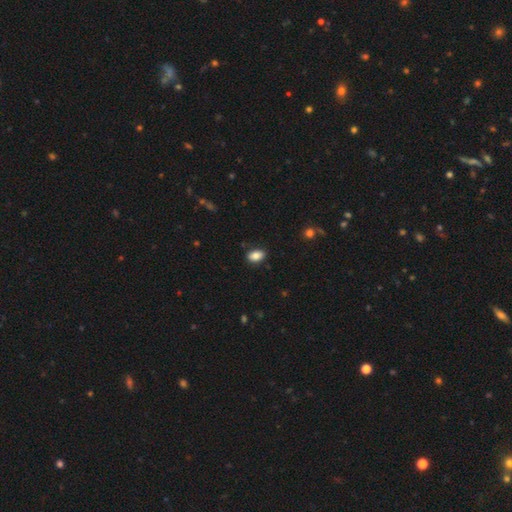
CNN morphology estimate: The model was most divided on "merging": none: 86%, minor disturbance: 10%, major disturbance: 2%, merger: 1%. More confident: how rounded — in between (88%); smooth or featured — smooth (85%).